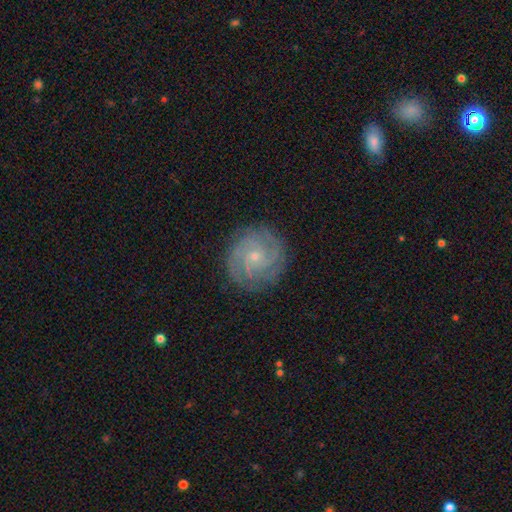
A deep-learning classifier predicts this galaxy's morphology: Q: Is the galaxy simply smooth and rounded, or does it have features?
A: featured or disk — 83%.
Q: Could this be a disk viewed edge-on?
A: no — 98%.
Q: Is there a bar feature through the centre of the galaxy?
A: no — 73%.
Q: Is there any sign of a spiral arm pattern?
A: yes — 97%.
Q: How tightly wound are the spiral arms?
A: tight — 75%.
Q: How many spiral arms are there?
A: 3 — 27%.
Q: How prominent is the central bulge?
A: small — 80%.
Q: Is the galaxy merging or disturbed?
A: none — 85%.